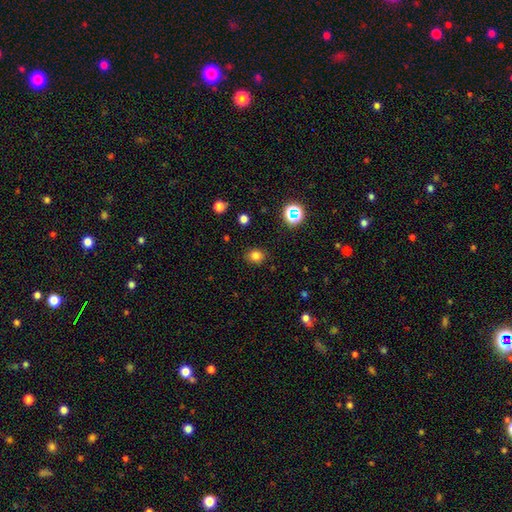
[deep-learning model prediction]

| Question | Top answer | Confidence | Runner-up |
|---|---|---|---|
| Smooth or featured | smooth | 79% | star or artifact (16%) |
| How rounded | round | 71% | in between (28%) |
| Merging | none | 87% | minor disturbance (9%) |